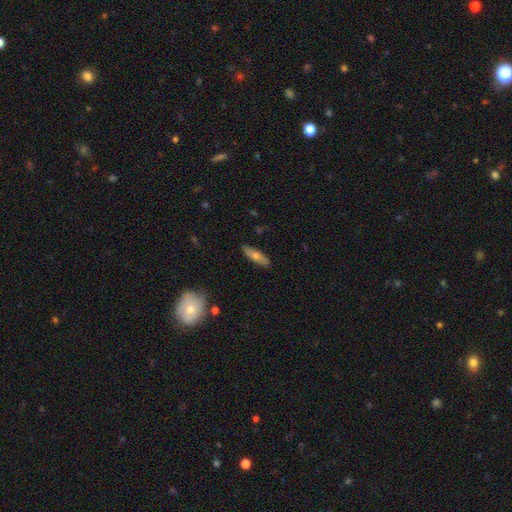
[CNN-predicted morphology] smooth-or-featured: smooth: 59% | featured or disk: 34% | star or artifact: 7%
  how-rounded: cigar-shaped: 56% | in between: 41% | round: 3%
  merging: none: 87% | minor disturbance: 10% | major disturbance: 2% | merger: 1%